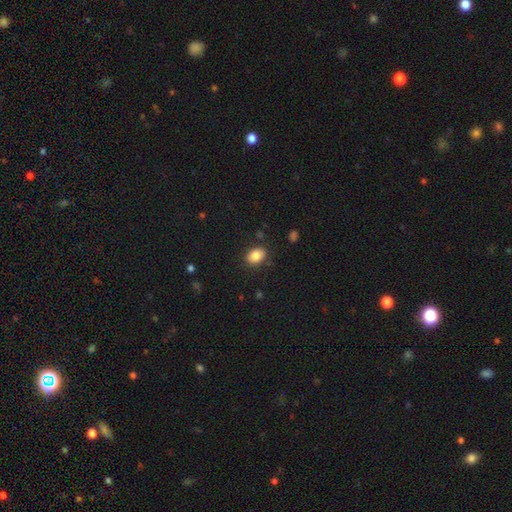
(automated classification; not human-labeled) Smooth or featured?
  - smooth: 85% *
  - star or artifact: 9%
  - featured or disk: 7%
How rounded?
  - in between: 75% *
  - round: 24%
  - cigar-shaped: 1%
Merging?
  - none: 84% *
  - minor disturbance: 11%
  - major disturbance: 3%
  - merger: 2%